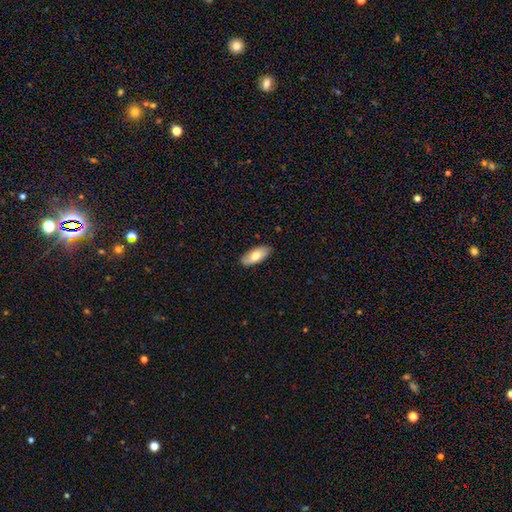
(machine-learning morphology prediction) Smooth or featured: smooth — 73% (featured or disk — 22%)
How rounded: in between — 89% (cigar-shaped — 9%)
Merging: none — 87% (minor disturbance — 11%)